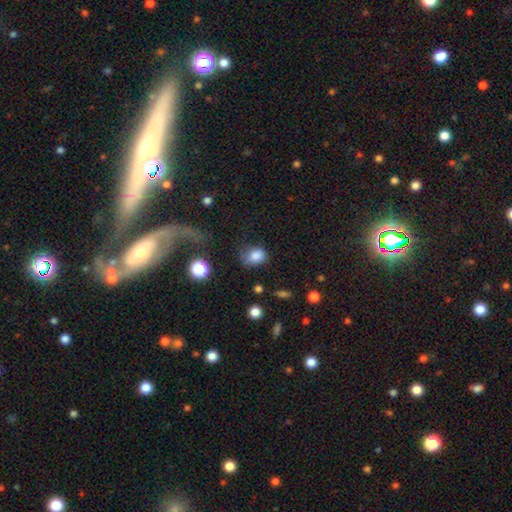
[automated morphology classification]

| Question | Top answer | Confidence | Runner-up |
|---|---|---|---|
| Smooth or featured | smooth | 82% | star or artifact (11%) |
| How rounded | in between | 58% | round (41%) |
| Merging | none | 51% | minor disturbance (33%) |